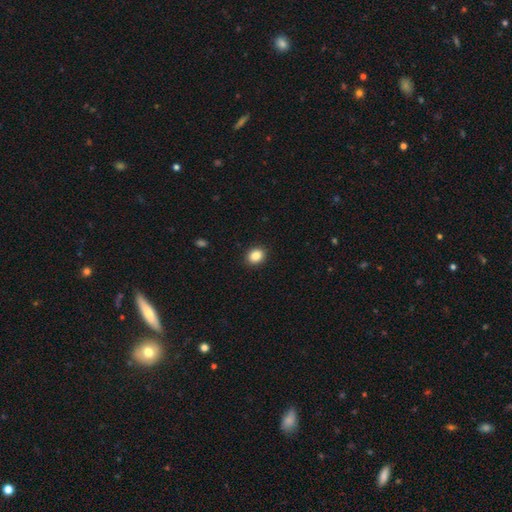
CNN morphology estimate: A smooth galaxy with no disk features (87%) that is round (61%).

Vote fractions:
- Smooth or featured? smooth: 87% / star or artifact: 9% / featured or disk: 4%
- How rounded? round: 61% / in between: 38% / cigar-shaped: 1%
- Merging? none: 91% / minor disturbance: 6% / major disturbance: 2% / merger: 1%